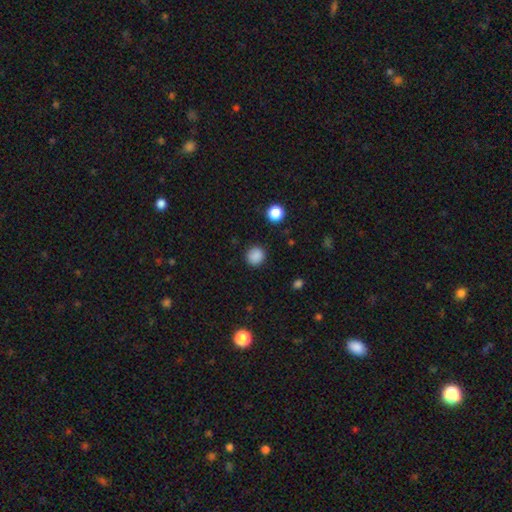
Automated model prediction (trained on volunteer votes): This is clearly a smooth galaxy (86%). How rounded: clearly round (91%). Merging: clearly none (89%).